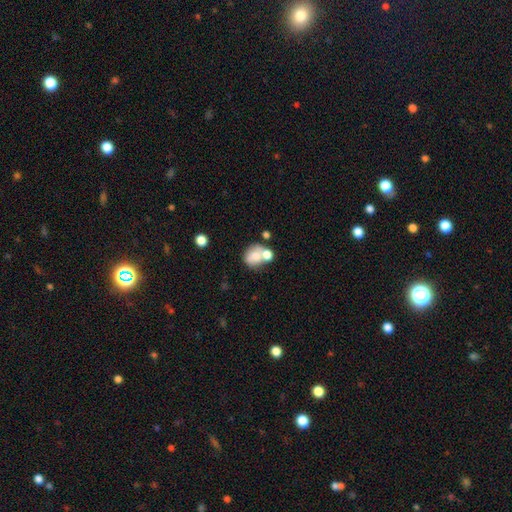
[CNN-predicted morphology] Smooth or featured? smooth (69%)
How rounded? round (57%)
Merging? merger (46%)